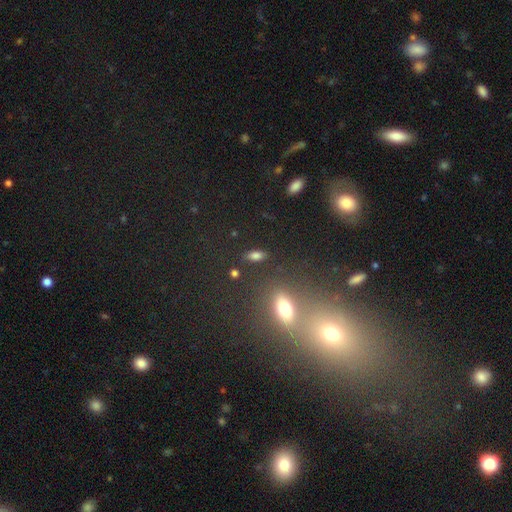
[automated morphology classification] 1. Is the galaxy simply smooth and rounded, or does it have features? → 74% smooth, 13% star or artifact, 12% featured or disk.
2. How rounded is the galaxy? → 71% in between, 23% cigar-shaped, 6% round.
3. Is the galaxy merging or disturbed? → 83% none, 10% minor disturbance, 3% merger, 3% major disturbance.